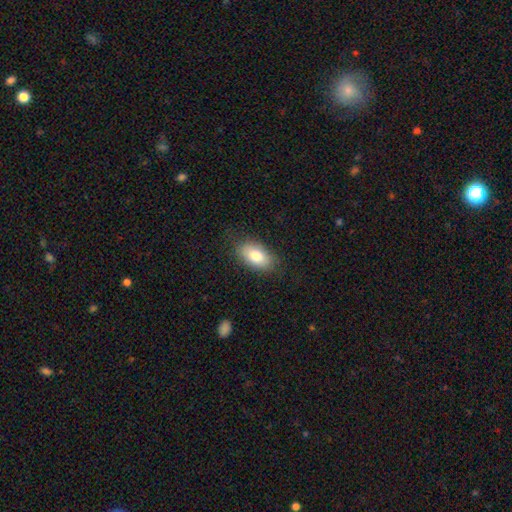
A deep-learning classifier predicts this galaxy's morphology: Overall: smooth (80%). How rounded: in between (92%). Merging: none (82%).